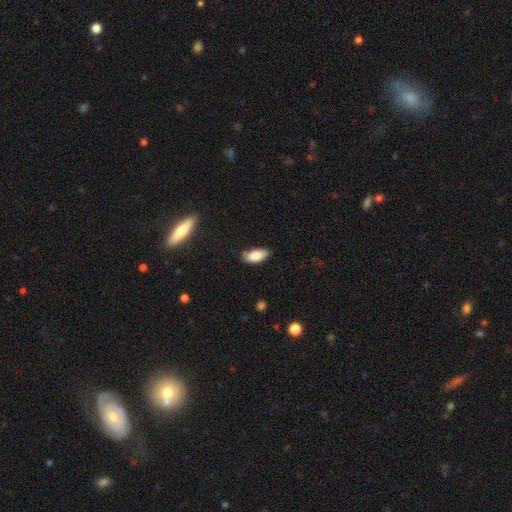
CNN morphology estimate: This appears to be a smooth galaxy with no disk features (84%) that is in between round and cigar-shaped (89%). Merging: none (71%).